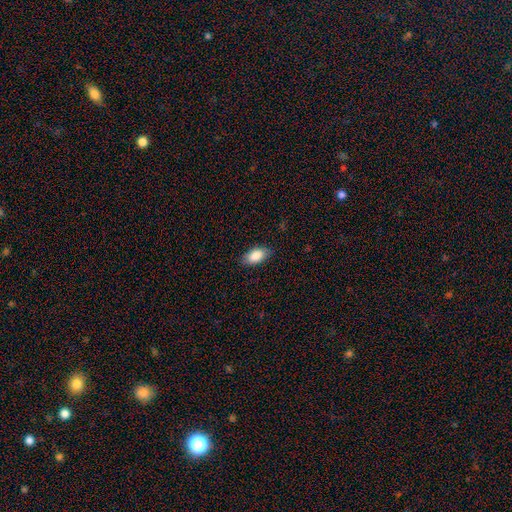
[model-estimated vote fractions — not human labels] Smooth or featured?
  - smooth: 87% *
  - featured or disk: 7%
  - star or artifact: 7%
How rounded?
  - in between: 92% *
  - cigar-shaped: 4%
  - round: 4%
Merging?
  - none: 83% *
  - minor disturbance: 13%
  - major disturbance: 3%
  - merger: 1%